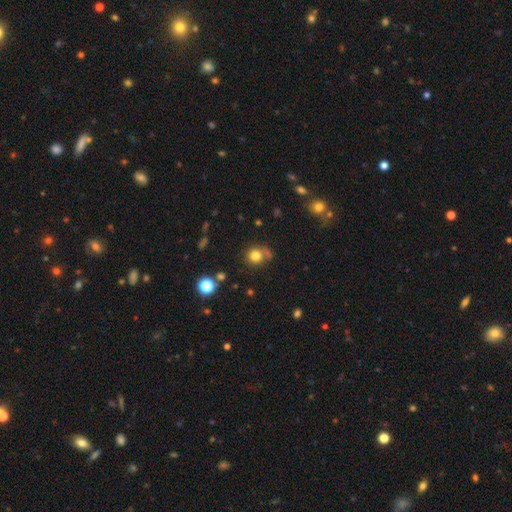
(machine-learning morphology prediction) Overall: smooth (78%). How rounded: round (84%). Merging: none (64%).